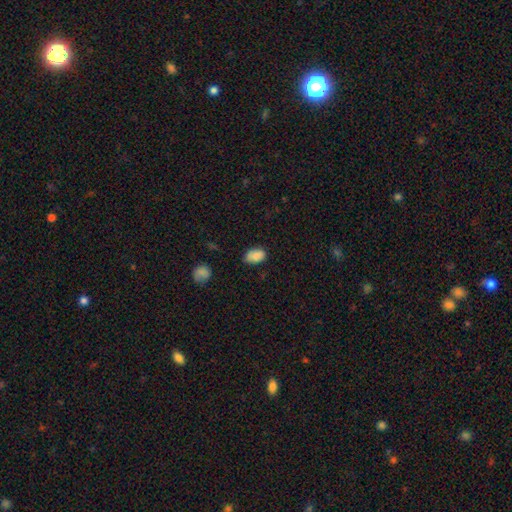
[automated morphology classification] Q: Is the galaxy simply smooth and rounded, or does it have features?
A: smooth — 87%.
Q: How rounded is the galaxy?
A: in between — 90%.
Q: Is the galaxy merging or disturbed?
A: none — 72%.